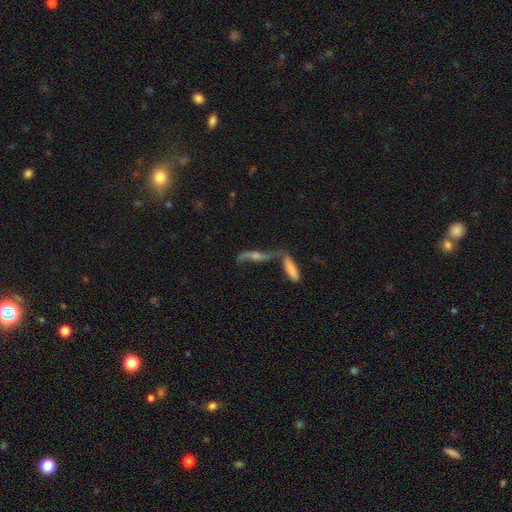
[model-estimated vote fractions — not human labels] smooth-or-featured: featured or disk: 68% | smooth: 21% | star or artifact: 11%
  disk-edge-on: yes: 60% | no: 40%
  merging: none: 43% | merger: 34% | minor disturbance: 13% | major disturbance: 9%